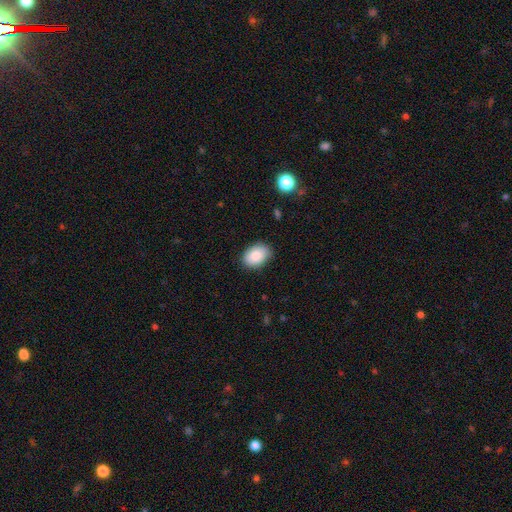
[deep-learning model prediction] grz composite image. It shows a smooth galaxy with no disk features (86%) that is in between round and cigar-shaped (80%). Merging: none (83%).